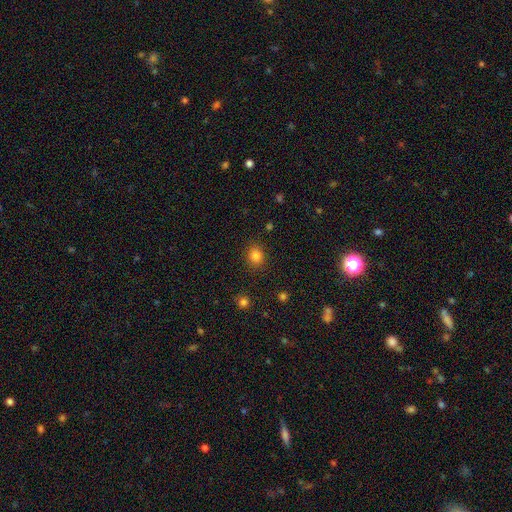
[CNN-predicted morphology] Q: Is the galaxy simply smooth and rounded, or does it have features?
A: smooth — 83%.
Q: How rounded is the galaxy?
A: round — 68%.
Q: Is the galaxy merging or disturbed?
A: none — 89%.